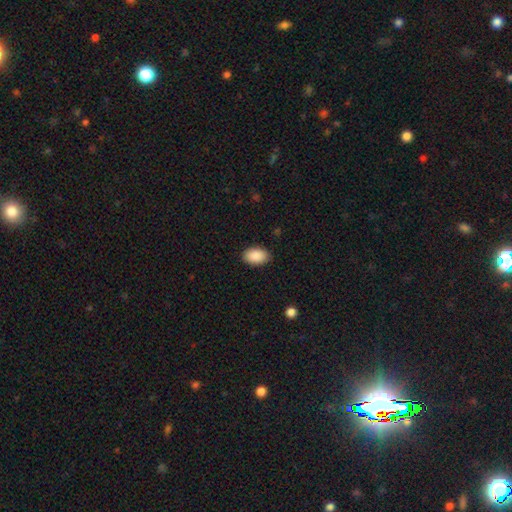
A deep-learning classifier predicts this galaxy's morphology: Smooth or featured?
  - smooth: 90% *
  - star or artifact: 6%
  - featured or disk: 3%
How rounded?
  - in between: 92% *
  - round: 7%
  - cigar-shaped: 1%
Merging?
  - none: 87% *
  - minor disturbance: 9%
  - major disturbance: 2%
  - merger: 1%